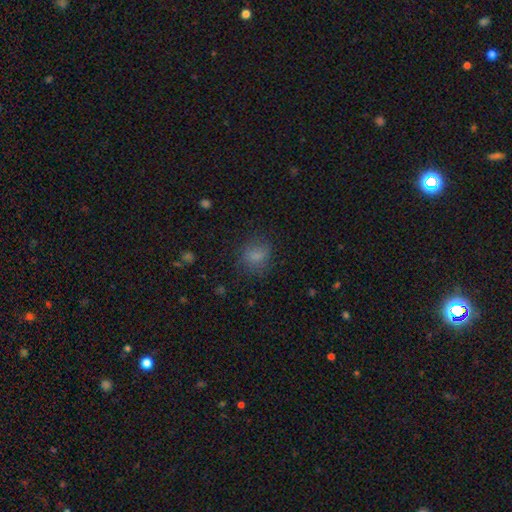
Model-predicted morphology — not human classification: Overall: smooth (76%). How rounded: round (63%; in between 36%). Merging: none (70%).